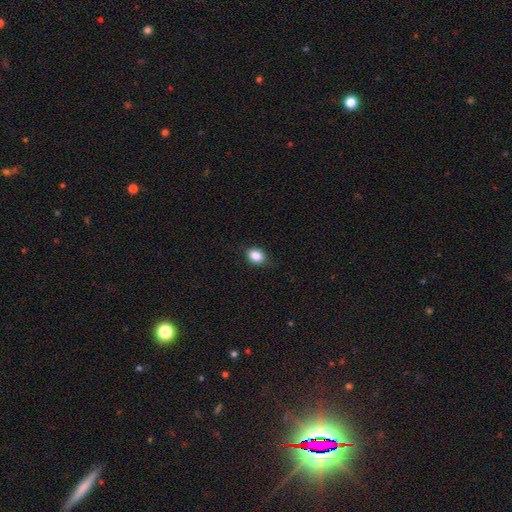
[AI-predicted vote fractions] A smooth galaxy with no disk features (87%) that is in between round and cigar-shaped (61%). Merging: none (82%).